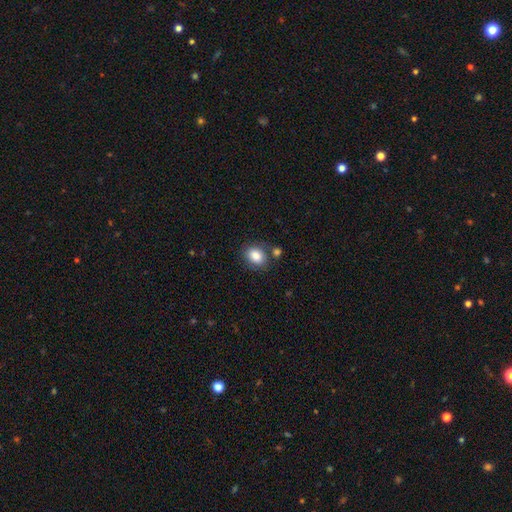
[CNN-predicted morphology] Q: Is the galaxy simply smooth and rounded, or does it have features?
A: smooth — 84%.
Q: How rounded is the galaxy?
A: in between — 61%.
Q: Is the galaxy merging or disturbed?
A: none — 71%.